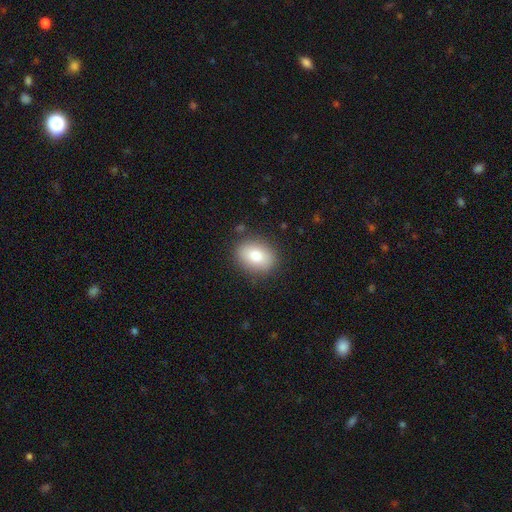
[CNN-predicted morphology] type=smooth (80%); roundness=in between (69%); merging=none (86%).